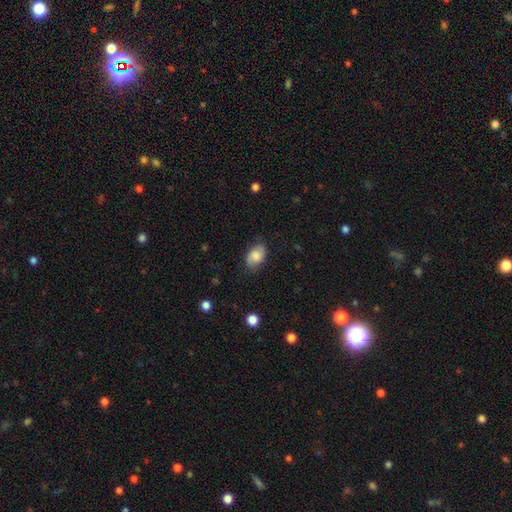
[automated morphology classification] This is likely a smooth galaxy (65%). How rounded: clearly in between (86%). Merging: likely none (76%).